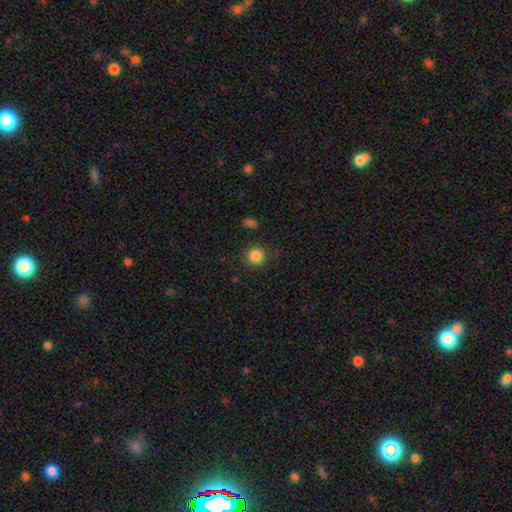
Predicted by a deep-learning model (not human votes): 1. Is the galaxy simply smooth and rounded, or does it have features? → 85% smooth, 11% star or artifact, 4% featured or disk.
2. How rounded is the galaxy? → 94% round, 5% in between, 1% cigar-shaped.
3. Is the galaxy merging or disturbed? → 88% none, 7% minor disturbance, 3% major disturbance, 2% merger.